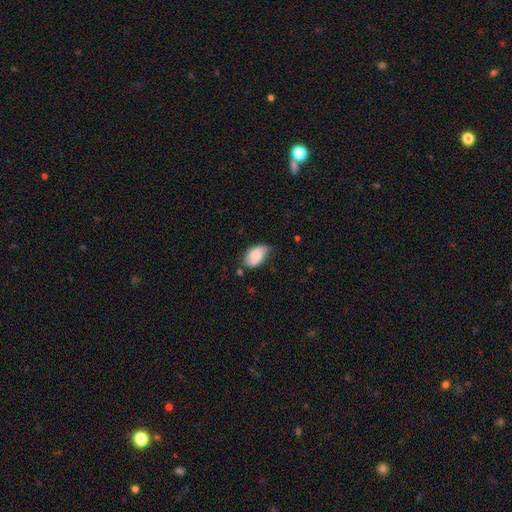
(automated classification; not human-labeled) smooth_or_featured: smooth (p=0.76) [alt: featured or disk p=0.16]
how_rounded: in between (p=0.90) [alt: round p=0.08]
merging: minor disturbance (p=0.42) [alt: none p=0.41]